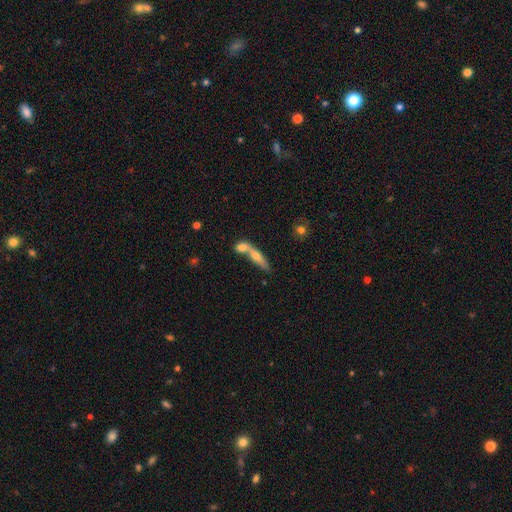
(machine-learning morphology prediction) smooth-or-featured: smooth: 55% | featured or disk: 37% | star or artifact: 8%
  how-rounded: cigar-shaped: 64% | in between: 30% | round: 6%
  merging: merger: 53% | none: 35% | minor disturbance: 8% | major disturbance: 4%